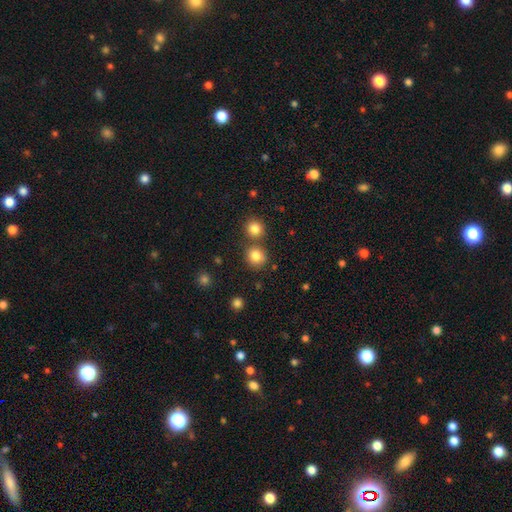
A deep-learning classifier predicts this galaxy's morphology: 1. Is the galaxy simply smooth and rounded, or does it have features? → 84% smooth, 11% star or artifact, 5% featured or disk.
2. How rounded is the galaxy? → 87% round, 12% in between, 1% cigar-shaped.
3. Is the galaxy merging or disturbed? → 72% none, 17% merger, 8% minor disturbance, 3% major disturbance.